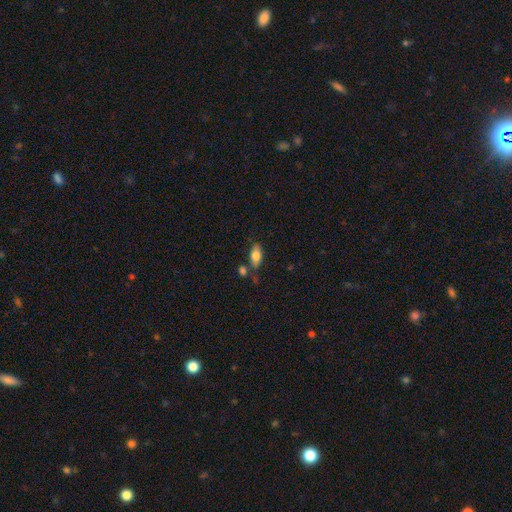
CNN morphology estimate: smooth 77%, featured or disk 15%, star or artifact 7%. Down the decision tree: how rounded — in between (88%); merging — none (66%).